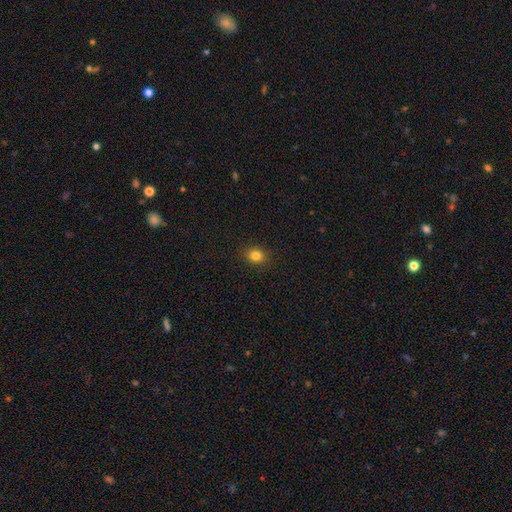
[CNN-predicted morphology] A smooth galaxy with no disk features (82%) that is round (69%). Merging: none (90%).